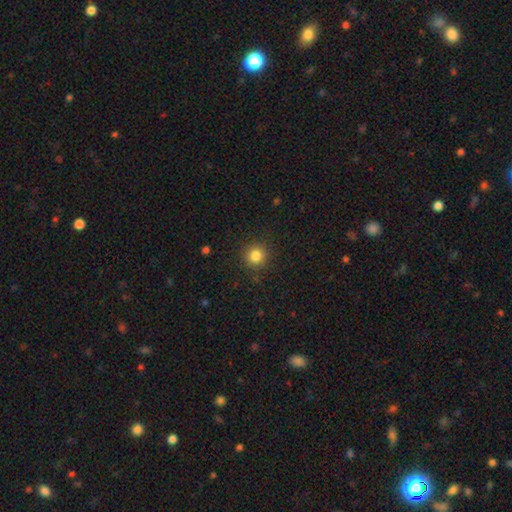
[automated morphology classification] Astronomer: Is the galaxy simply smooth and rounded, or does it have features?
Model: smooth — 83%.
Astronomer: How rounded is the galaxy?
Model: round — 94%.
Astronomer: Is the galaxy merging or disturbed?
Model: none — 90%.